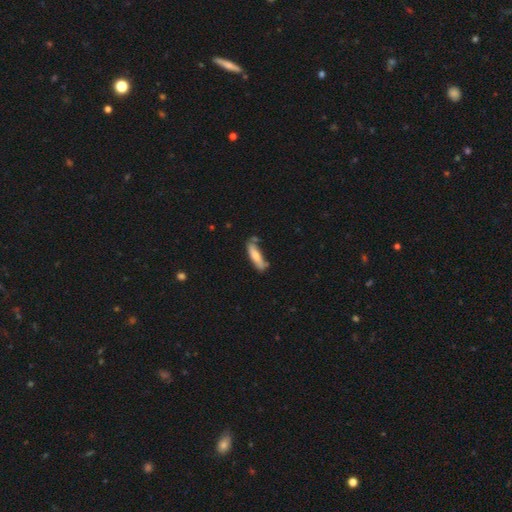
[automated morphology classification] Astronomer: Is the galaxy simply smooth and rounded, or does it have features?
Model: smooth — 69%.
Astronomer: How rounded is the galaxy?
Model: cigar-shaped — 69%.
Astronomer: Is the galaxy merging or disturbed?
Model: none — 62%.